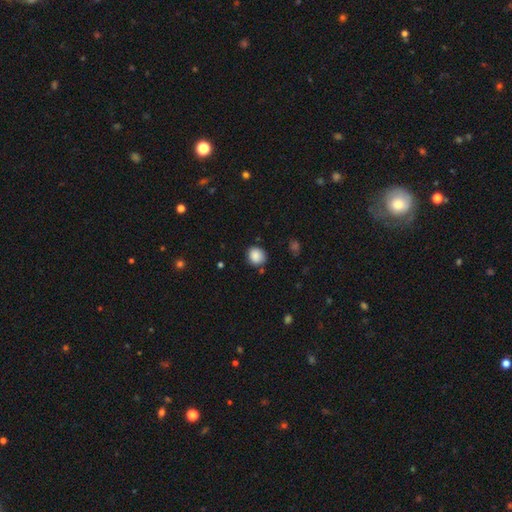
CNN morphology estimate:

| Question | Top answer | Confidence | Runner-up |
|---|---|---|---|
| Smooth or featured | smooth | 87% | star or artifact (9%) |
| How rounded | round | 79% | in between (20%) |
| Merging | none | 79% | minor disturbance (14%) |